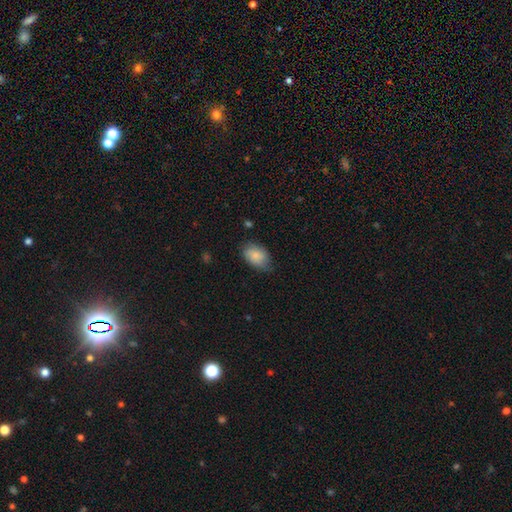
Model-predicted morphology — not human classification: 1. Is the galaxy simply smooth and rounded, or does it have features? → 82% smooth, 11% featured or disk, 7% star or artifact.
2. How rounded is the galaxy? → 85% in between, 14% round, 1% cigar-shaped.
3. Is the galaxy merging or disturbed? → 63% none, 30% minor disturbance, 6% major disturbance, 1% merger.